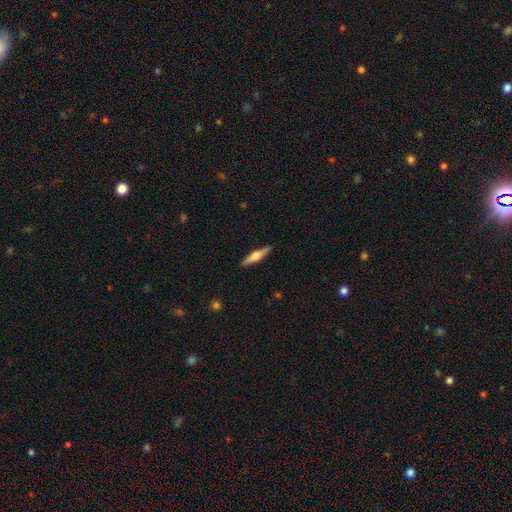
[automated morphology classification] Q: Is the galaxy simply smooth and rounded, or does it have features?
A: featured or disk — 58%.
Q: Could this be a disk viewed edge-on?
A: yes — 96%.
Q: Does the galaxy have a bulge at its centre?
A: rounded — 91%.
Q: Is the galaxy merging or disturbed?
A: none — 90%.